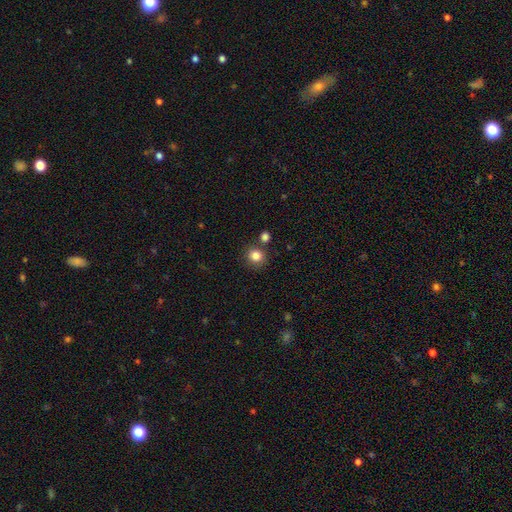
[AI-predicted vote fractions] Smooth or featured? Predicted: smooth (p=0.83). How rounded? Predicted: round (p=0.88). Merging? Predicted: none (p=0.77).